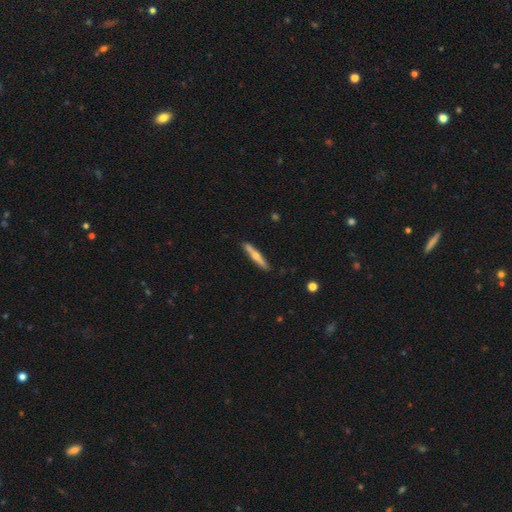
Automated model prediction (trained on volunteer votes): smooth-or-featured: featured or disk: 59% | smooth: 35% | star or artifact: 6%
  disk-edge-on: yes: 95% | no: 5%
    edge-on-bulge: rounded: 87% | none: 10% | boxy: 3%
  merging: none: 87% | minor disturbance: 9% | merger: 2% | major disturbance: 2%